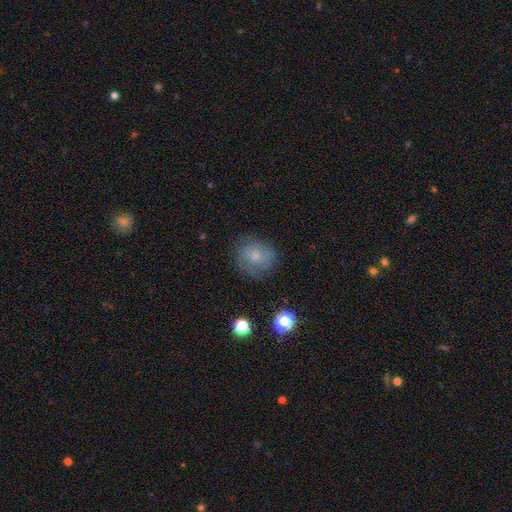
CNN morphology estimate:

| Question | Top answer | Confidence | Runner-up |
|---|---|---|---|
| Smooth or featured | smooth | 68% | featured or disk (21%) |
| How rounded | round | 83% | in between (16%) |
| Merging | none | 72% | minor disturbance (19%) |